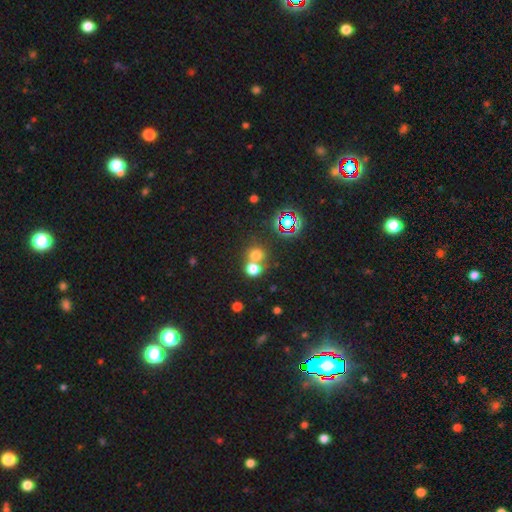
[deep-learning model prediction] The model was most divided on "merging": none: 51%, merger: 39%, minor disturbance: 6%, major disturbance: 3%. More confident: how rounded — round (84%); smooth or featured — smooth (67%).